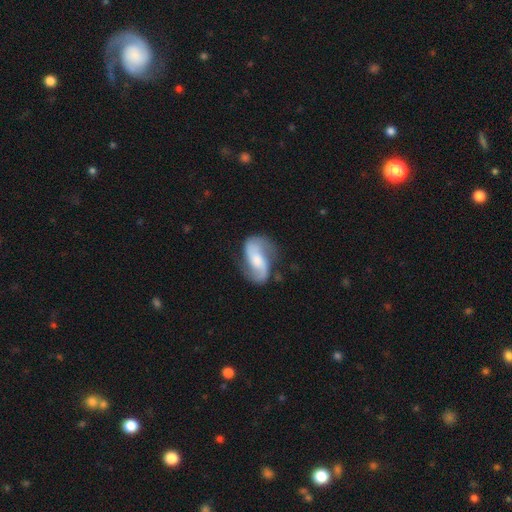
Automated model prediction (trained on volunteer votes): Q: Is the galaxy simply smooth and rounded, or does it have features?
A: featured or disk — 82%.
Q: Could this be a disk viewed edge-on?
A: no — 97%.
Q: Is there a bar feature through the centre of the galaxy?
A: no — 42%.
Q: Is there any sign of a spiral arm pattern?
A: yes — 96%.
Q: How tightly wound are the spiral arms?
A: loose — 51%.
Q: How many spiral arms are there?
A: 2 — 92%.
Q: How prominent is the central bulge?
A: moderate — 37%.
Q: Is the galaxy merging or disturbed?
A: none — 72%.